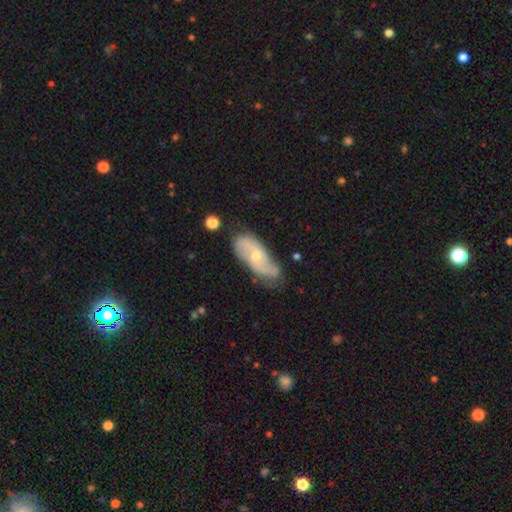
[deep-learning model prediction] A featured or disk galaxy (66%) with no bar (60%), spiral arms (82%) and a small central bulge (57%). Merging: none (62%).